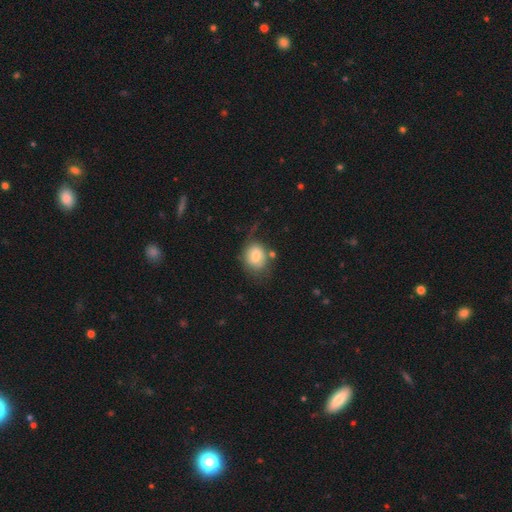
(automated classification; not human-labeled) smooth_or_featured: smooth (p=0.70) [alt: featured or disk p=0.22]
how_rounded: round (p=0.51) [alt: in between p=0.48]
merging: none (p=0.49) [alt: minor disturbance p=0.26]